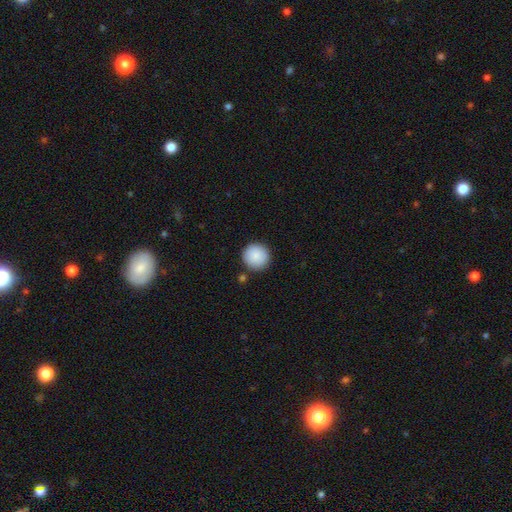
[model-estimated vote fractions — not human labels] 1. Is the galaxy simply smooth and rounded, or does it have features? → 89% smooth, 7% star or artifact, 4% featured or disk.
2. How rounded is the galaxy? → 95% round, 4% in between, 1% cigar-shaped.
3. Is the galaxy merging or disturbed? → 89% none, 6% minor disturbance, 3% merger, 2% major disturbance.